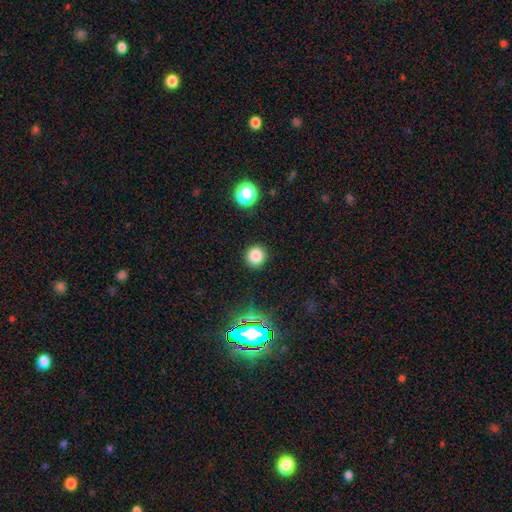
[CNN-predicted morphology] Overall: smooth (81%). How rounded: round (94%). Merging: none (91%).